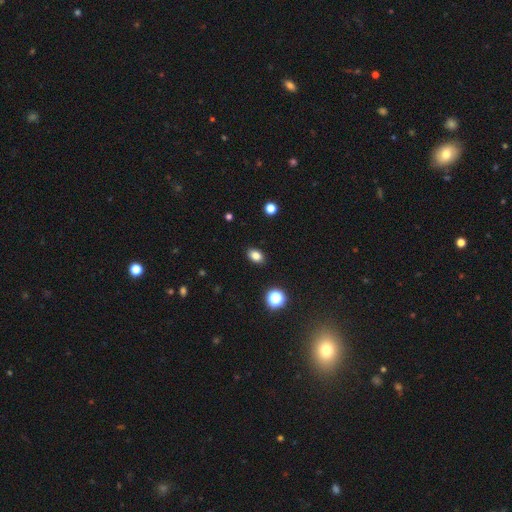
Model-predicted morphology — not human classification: Overall: smooth (82%). How rounded: in between (79%). Merging: none (89%).